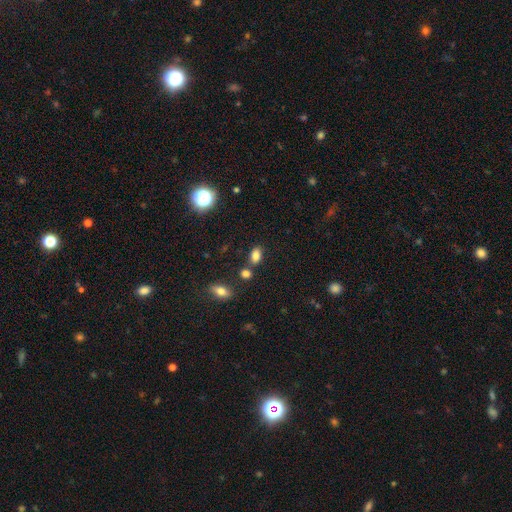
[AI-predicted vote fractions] Smooth or featured?
  - smooth: 81% *
  - star or artifact: 12%
  - featured or disk: 6%
How rounded?
  - in between: 84% *
  - round: 14%
  - cigar-shaped: 2%
Merging?
  - none: 72% *
  - merger: 13%
  - minor disturbance: 11%
  - major disturbance: 3%